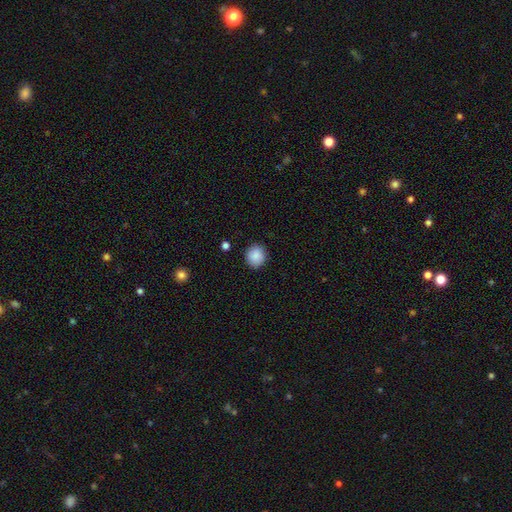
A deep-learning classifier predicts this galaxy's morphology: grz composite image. It shows a smooth galaxy with no disk features (88%) that is round (86%). Merging: none (88%).